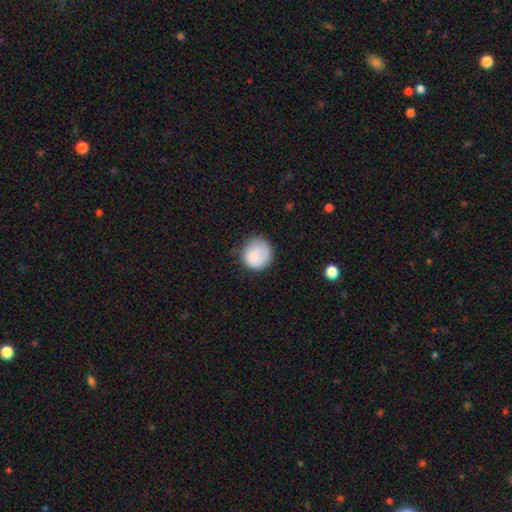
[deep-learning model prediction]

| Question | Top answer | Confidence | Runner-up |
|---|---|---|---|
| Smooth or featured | smooth | 85% | featured or disk (8%) |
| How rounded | round | 90% | in between (9%) |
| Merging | none | 75% | minor disturbance (18%) |